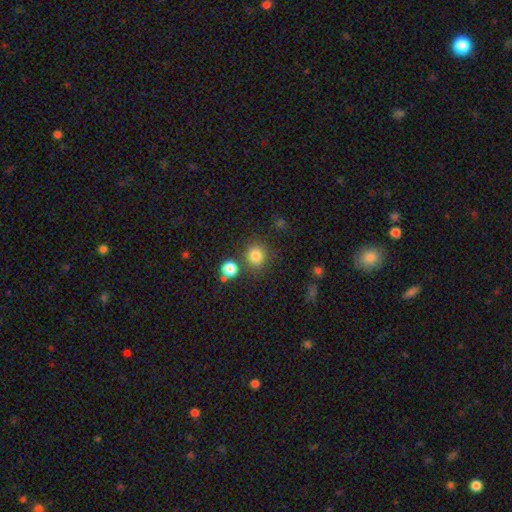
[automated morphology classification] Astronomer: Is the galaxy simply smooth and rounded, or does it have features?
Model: smooth — 81%.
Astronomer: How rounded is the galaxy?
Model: round — 89%.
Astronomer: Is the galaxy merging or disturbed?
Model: none — 78%.